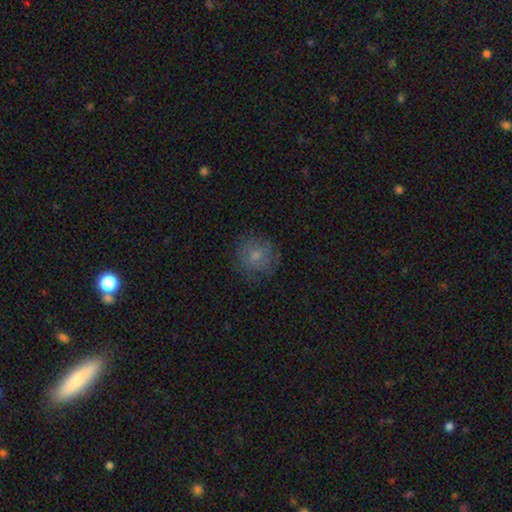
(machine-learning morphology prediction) Q: Smooth or featured?
A: smooth (68%); runner-up: featured or disk (22%)
Q: How rounded?
A: round (88%); runner-up: in between (11%)
Q: Merging?
A: none (77%); runner-up: minor disturbance (16%)